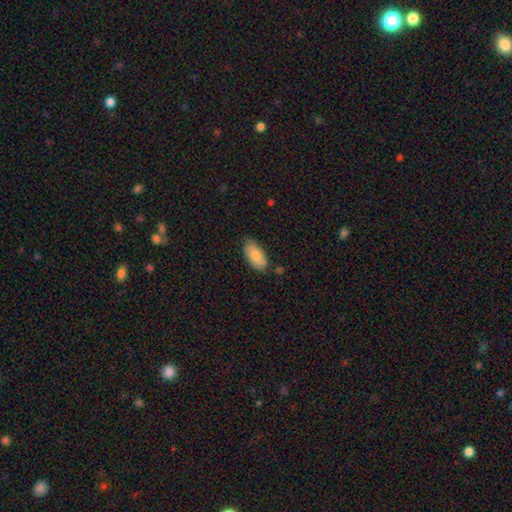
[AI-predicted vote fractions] Q: Smooth or featured?
A: smooth (84%); runner-up: featured or disk (10%)
Q: How rounded?
A: in between (91%); runner-up: cigar-shaped (6%)
Q: Merging?
A: none (77%); runner-up: minor disturbance (17%)